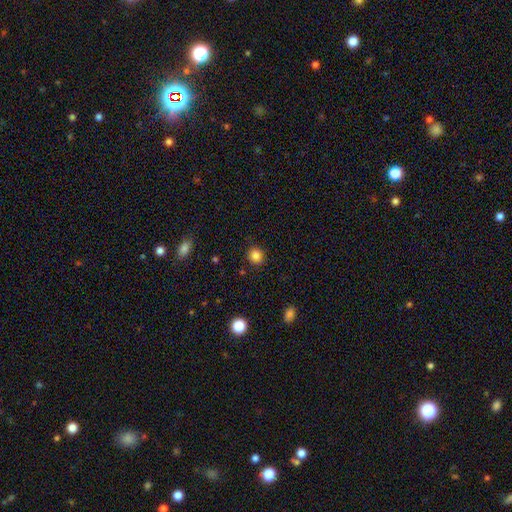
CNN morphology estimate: The model was most divided on "how rounded": round: 85%, in between: 14%, cigar-shaped: 1%. More confident: merging — none (89%); smooth or featured — smooth (84%).